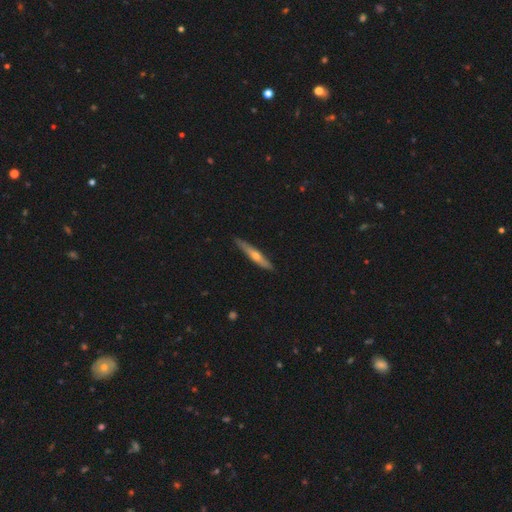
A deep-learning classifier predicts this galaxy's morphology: Overall: featured or disk (62%; smooth 32%). Edge-on disk: yes (94%). Edge-on bulge: rounded (85%). Merging: none (88%).